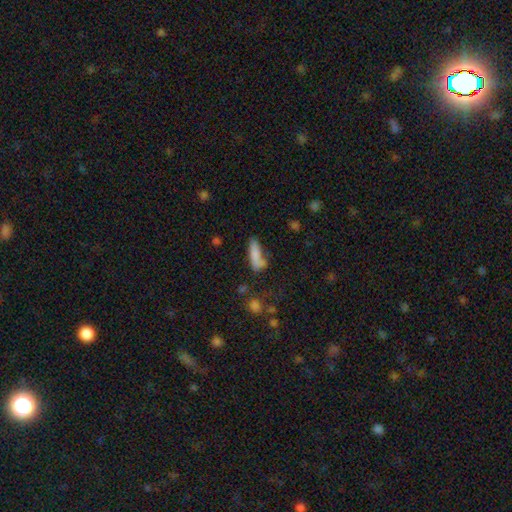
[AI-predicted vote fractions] Overall: smooth (79%). How rounded: cigar-shaped (54%; in between 43%). Merging: none (50%; minor disturbance 23%).